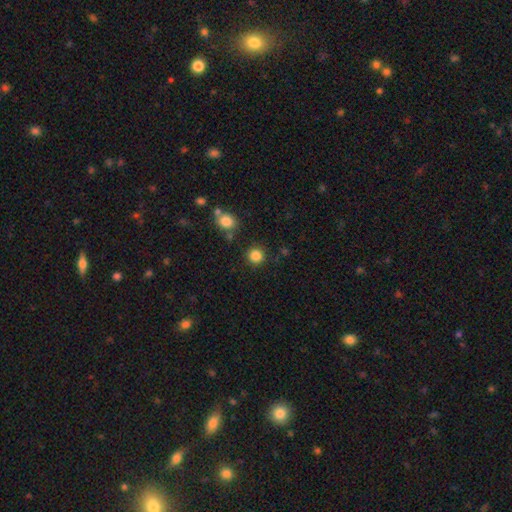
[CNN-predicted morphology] smooth-or-featured: smooth: 85% | star or artifact: 11% | featured or disk: 4%
  how-rounded: round: 93% | in between: 6% | cigar-shaped: 1%
  merging: none: 88% | minor disturbance: 6% | merger: 4% | major disturbance: 2%